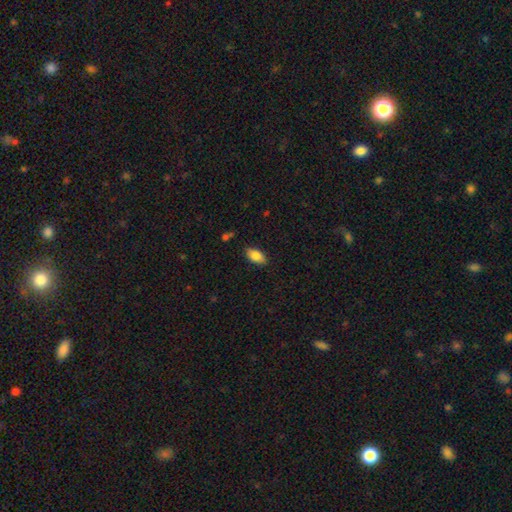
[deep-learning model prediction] smooth_or_featured: smooth (p=0.83) [alt: featured or disk p=0.10]
how_rounded: in between (p=0.91) [alt: cigar-shaped p=0.05]
merging: none (p=0.85) [alt: minor disturbance p=0.12]